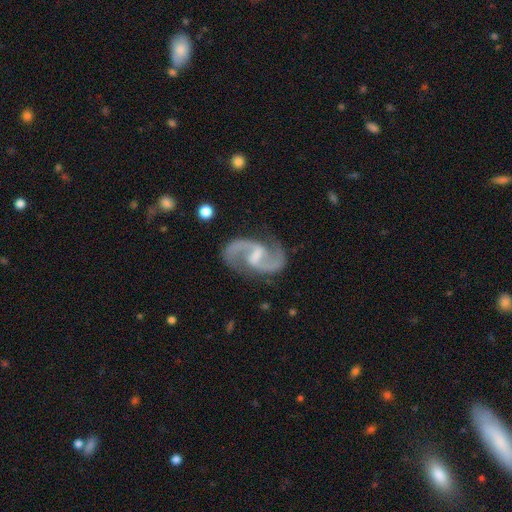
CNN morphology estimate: A featured or disk galaxy (93%) with a weak bar (53%), 2 (94%) medium (58%) spiral arms (98%) and a small central bulge (39%).

Vote fractions:
- Smooth or featured? featured or disk: 93% / star or artifact: 4% / smooth: 3%
- Edge-on disk? no: 98% / yes: 2%
- Bar? weak: 53% / strong: 32% / no: 15%
- Spiral arms? yes: 98% / no: 2%
- Spiral winding? medium: 58% / loose: 31% / tight: 11%
- Spiral arm count? 2: 94% / can't tell: 2% / 3: 1% / 1: 1% / 4: 1% / more than 4: 1%
- Bulge size? small: 39% / none: 30% / moderate: 27% / large: 3% / dominant: 1%
- Merging? none: 83% / minor disturbance: 11% / major disturbance: 4% / merger: 2%